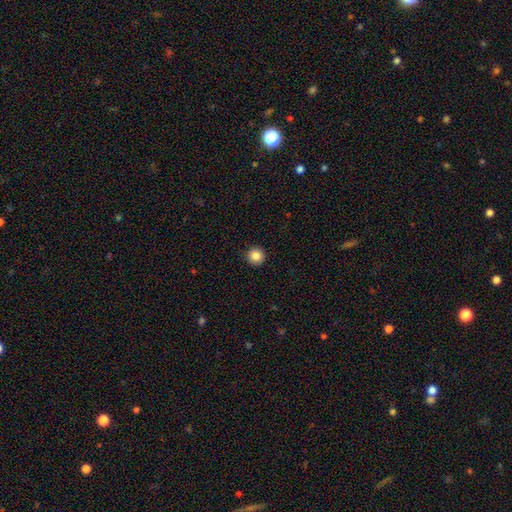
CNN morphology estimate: Smooth or featured?
  - smooth: 86% *
  - star or artifact: 10%
  - featured or disk: 4%
How rounded?
  - round: 95% *
  - in between: 4%
  - cigar-shaped: 1%
Merging?
  - none: 92% *
  - minor disturbance: 5%
  - major disturbance: 2%
  - merger: 1%